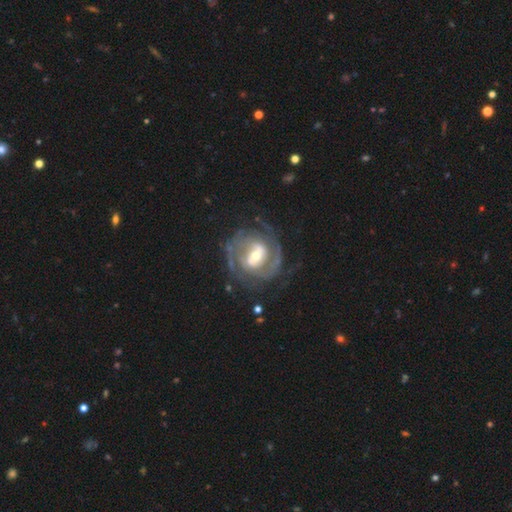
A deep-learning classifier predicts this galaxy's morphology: Q: Smooth or featured?
A: featured or disk (89%); runner-up: smooth (7%)
Q: Edge-on disk?
A: no (97%); runner-up: yes (3%)
Q: Bar?
A: weak (44%); runner-up: strong (30%)
Q: Spiral arms?
A: yes (94%); runner-up: no (6%)
Q: Spiral winding?
A: tight (50%); runner-up: medium (40%)
Q: Spiral arm count?
A: 2 (61%); runner-up: can't tell (15%)
Q: Bulge size?
A: moderate (56%); runner-up: small (34%)
Q: Merging?
A: none (71%); runner-up: minor disturbance (16%)